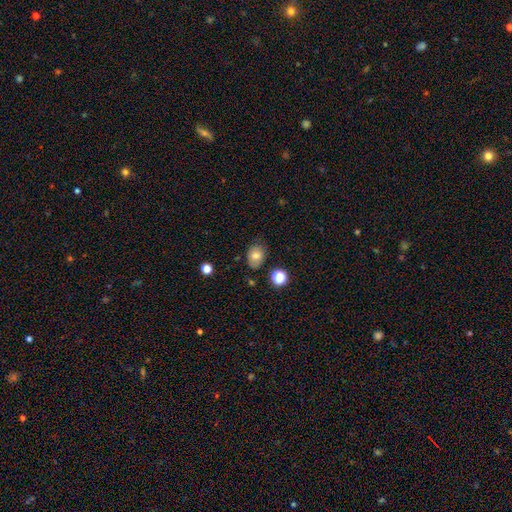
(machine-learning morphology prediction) A smooth galaxy with no disk features (76%) that is in between round and cigar-shaped (65%).

Vote fractions:
- Smooth or featured? smooth: 76% / featured or disk: 13% / star or artifact: 11%
- How rounded? in between: 65% / round: 34% / cigar-shaped: 1%
- Merging? none: 75% / minor disturbance: 19% / major disturbance: 4% / merger: 3%